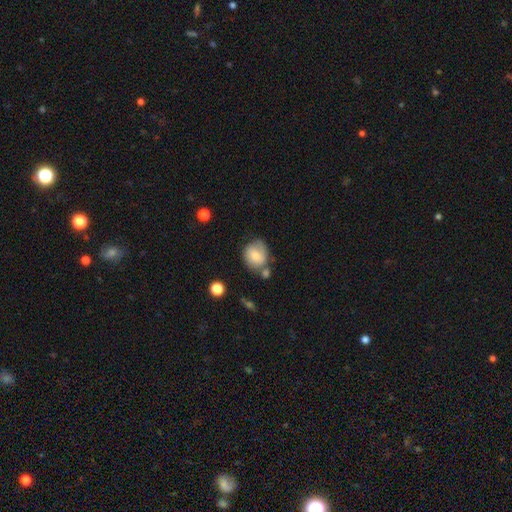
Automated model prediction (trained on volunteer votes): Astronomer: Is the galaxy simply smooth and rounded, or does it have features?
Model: smooth — 72%.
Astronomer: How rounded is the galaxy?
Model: round — 63%.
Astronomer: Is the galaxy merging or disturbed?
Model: none — 51%.